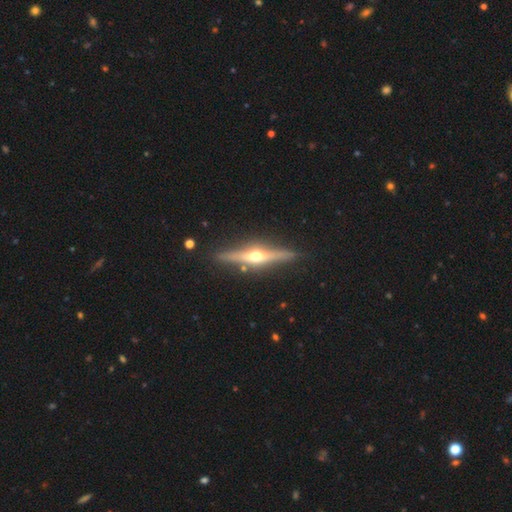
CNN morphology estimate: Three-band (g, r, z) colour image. It shows a featured or disk galaxy (77%) viewed edge-on (97%) with a rounded central bulge (94%). Merging: none (87%).